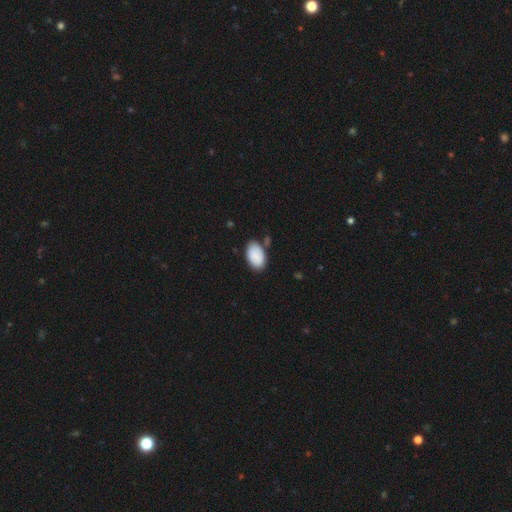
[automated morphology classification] This appears to be a smooth galaxy with no disk features (88%) that is in between round and cigar-shaped (94%). Merging: none (74%).